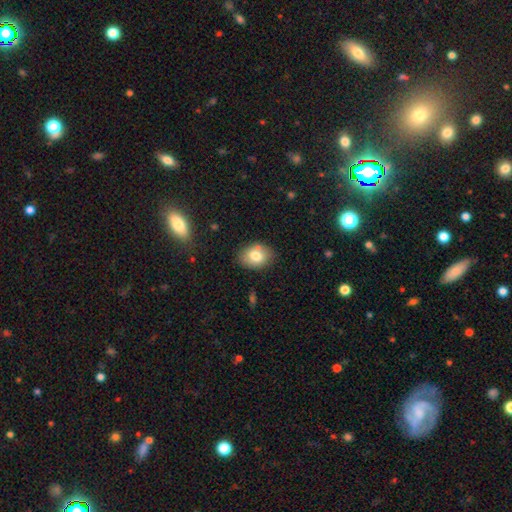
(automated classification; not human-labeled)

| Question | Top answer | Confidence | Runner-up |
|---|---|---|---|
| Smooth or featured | smooth | 77% | featured or disk (15%) |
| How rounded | in between | 73% | round (26%) |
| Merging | none | 76% | minor disturbance (14%) |